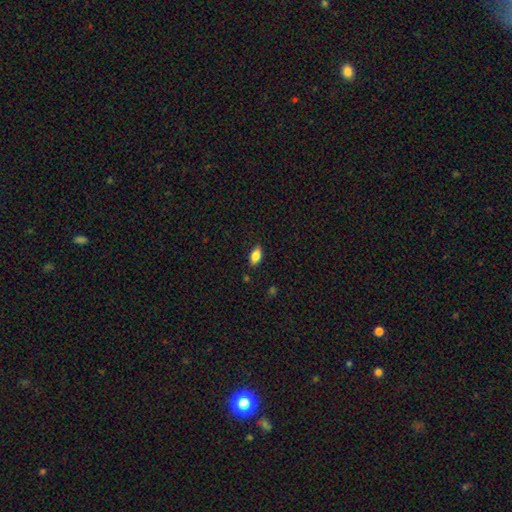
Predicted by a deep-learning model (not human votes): smooth-or-featured: smooth: 85% | star or artifact: 8% | featured or disk: 7%
  how-rounded: in between: 91% | cigar-shaped: 5% | round: 4%
  merging: none: 86% | minor disturbance: 10% | major disturbance: 2% | merger: 1%